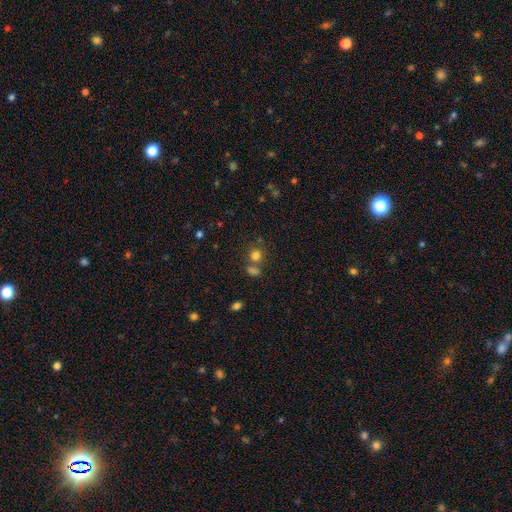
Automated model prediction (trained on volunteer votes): Overall: smooth (77%). How rounded: round (79%). Merging: none (57%; merger 29%).